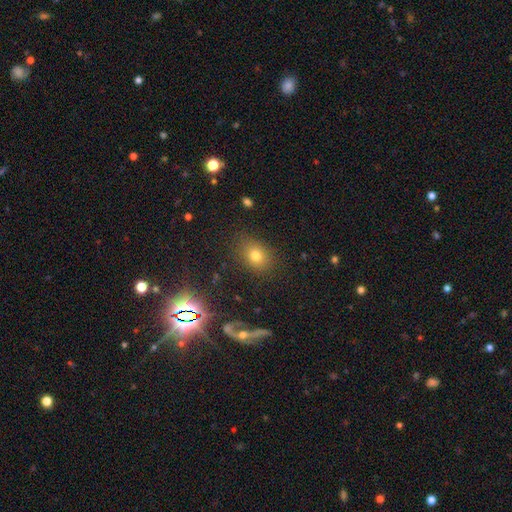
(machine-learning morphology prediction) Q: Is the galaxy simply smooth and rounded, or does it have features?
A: smooth — 74%.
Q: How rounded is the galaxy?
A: in between — 52%.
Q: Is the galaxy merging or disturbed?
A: none — 84%.